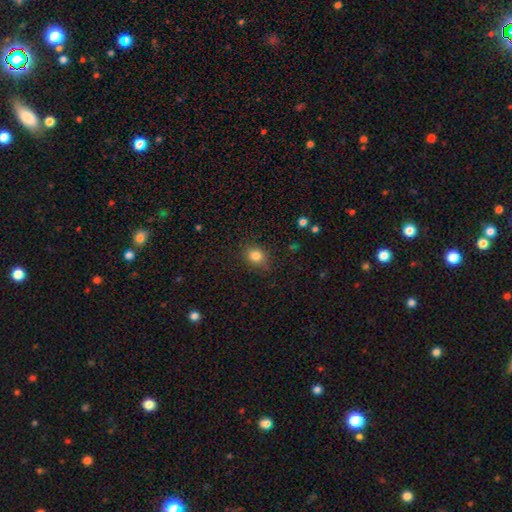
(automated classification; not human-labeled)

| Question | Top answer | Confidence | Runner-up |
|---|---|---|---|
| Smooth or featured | smooth | 82% | star or artifact (11%) |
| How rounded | round | 63% | in between (36%) |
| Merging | none | 81% | minor disturbance (14%) |